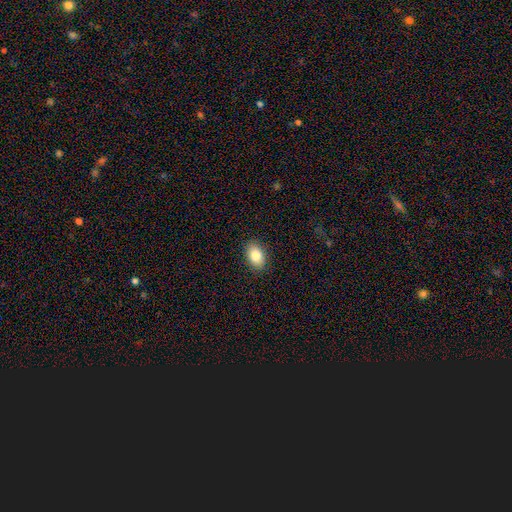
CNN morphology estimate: smooth 84%, featured or disk 8%, star or artifact 8%. Down the decision tree: how rounded — in between (86%); merging — none (89%).